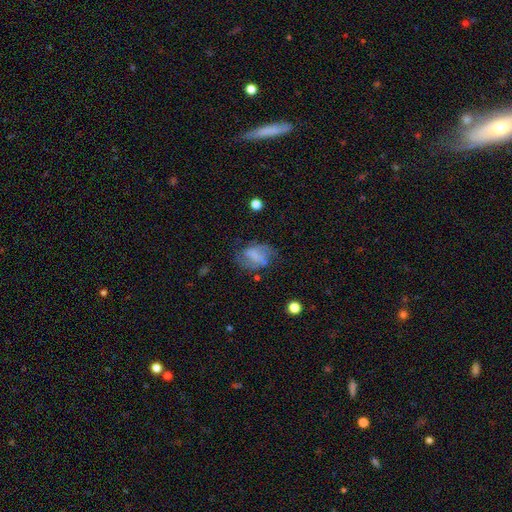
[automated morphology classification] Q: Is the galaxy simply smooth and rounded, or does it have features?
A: featured or disk — 47%.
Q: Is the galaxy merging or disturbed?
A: none — 50%.